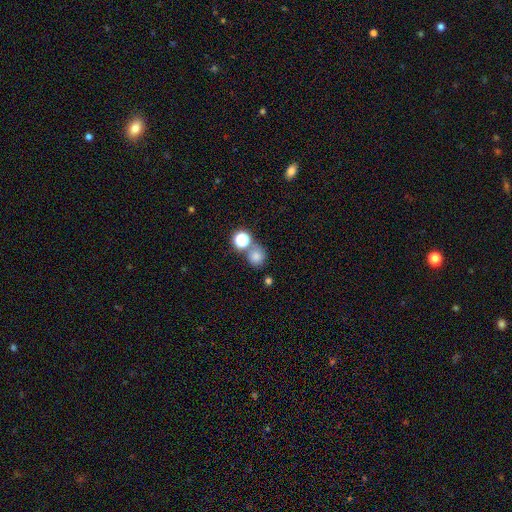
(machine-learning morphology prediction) Smooth or featured: smooth — 76% (star or artifact — 17%)
How rounded: round — 85% (in between — 14%)
Merging: none — 59% (merger — 27%)